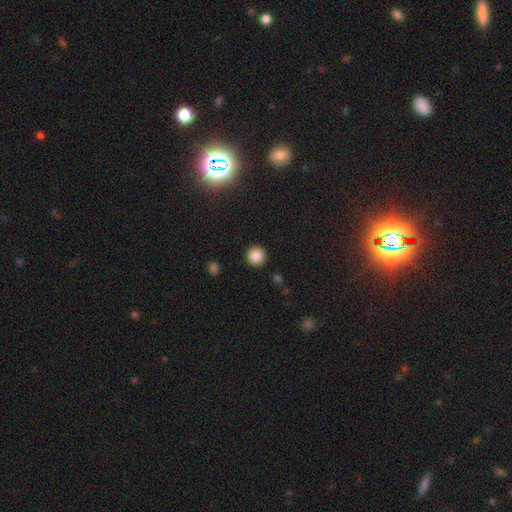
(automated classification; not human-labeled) Smooth or featured?
  - smooth: 85% *
  - star or artifact: 11%
  - featured or disk: 5%
How rounded?
  - round: 95% *
  - in between: 4%
  - cigar-shaped: 1%
Merging?
  - none: 92% *
  - minor disturbance: 5%
  - major disturbance: 2%
  - merger: 1%